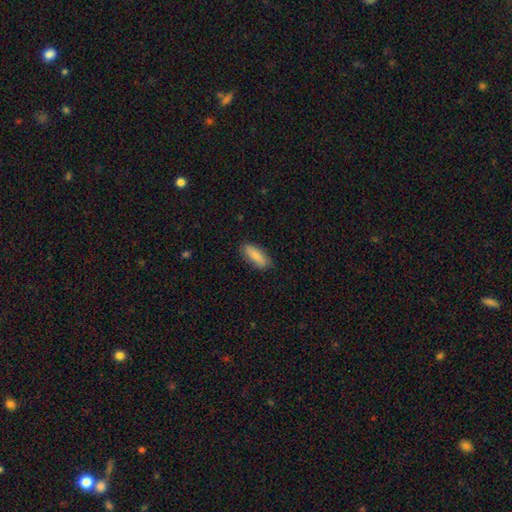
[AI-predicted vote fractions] Morphology: type=smooth (84%); roundness=in between (67%); merging=none (84%).